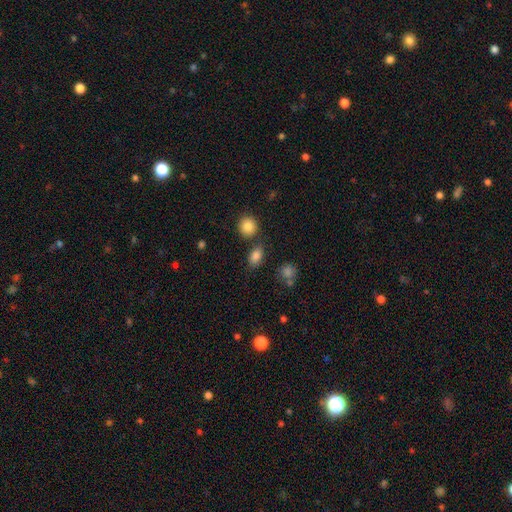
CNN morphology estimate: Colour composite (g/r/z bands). It shows a smooth galaxy with no disk features (85%) that is in between round and cigar-shaped (75%). Merging: none (73%).